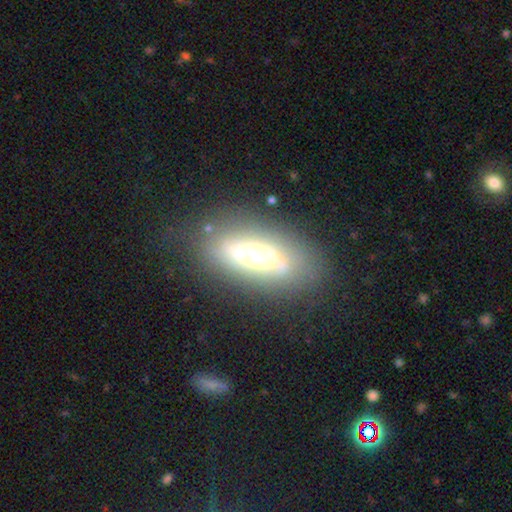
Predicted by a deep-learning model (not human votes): Smooth or featured: featured or disk — 52% (smooth — 38%)
Edge-on disk: no — 58% (yes — 42%)
Merging: none — 72% (minor disturbance — 17%)